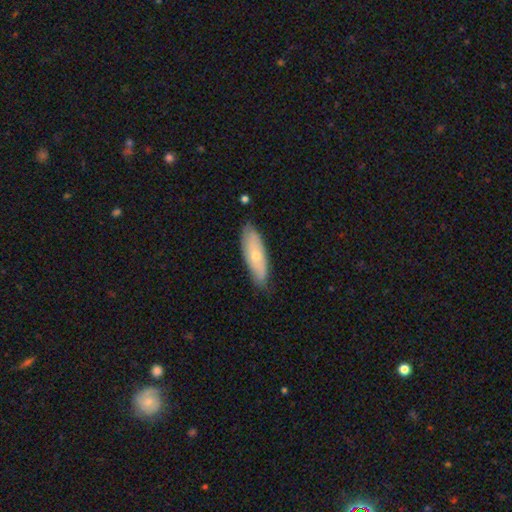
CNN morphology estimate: type=smooth (57%); roundness=in between (56%); merging=none (79%).